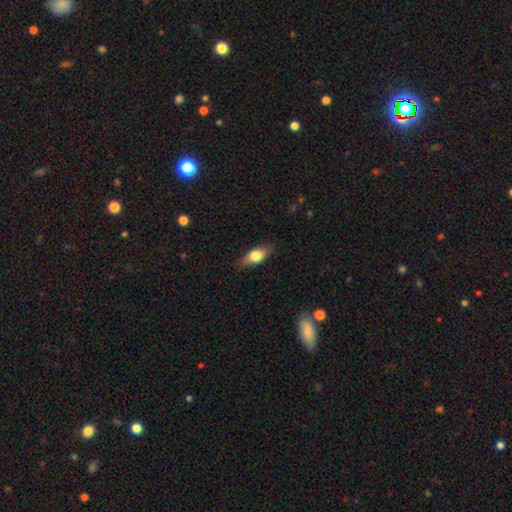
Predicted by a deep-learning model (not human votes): Smooth or featured? Predicted: smooth (p=0.67). How rounded? Predicted: in between (p=0.77). Merging? Predicted: none (p=0.81).